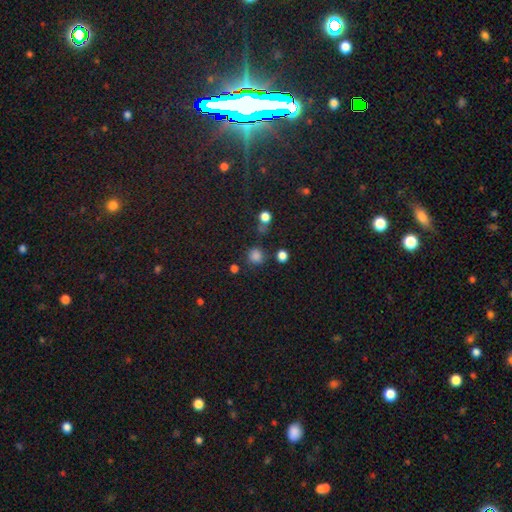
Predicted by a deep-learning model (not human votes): This appears to be a smooth galaxy with no disk features (79%) that is round (89%). Merging: none (74%).